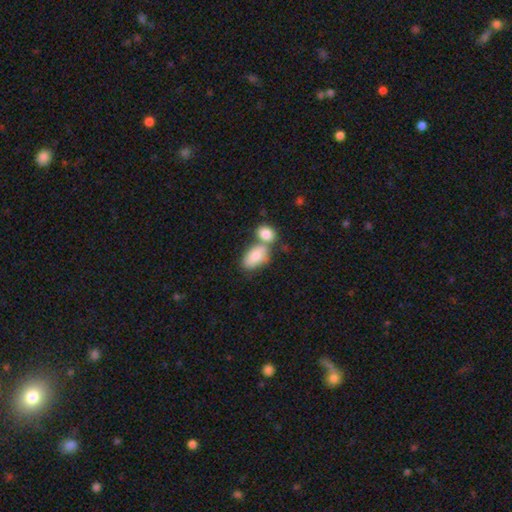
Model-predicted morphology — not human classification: type=smooth (83%); roundness=in between (91%); merging=merger (51%).